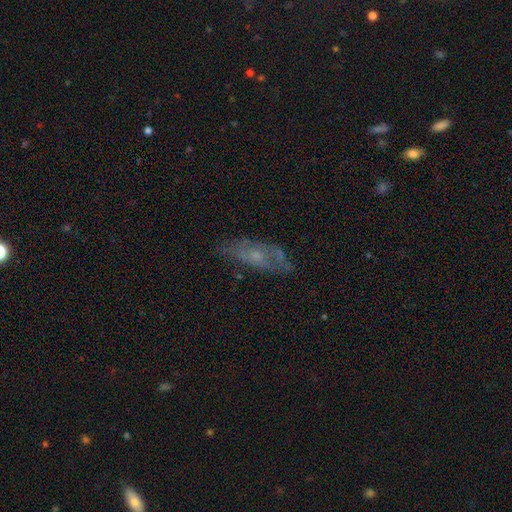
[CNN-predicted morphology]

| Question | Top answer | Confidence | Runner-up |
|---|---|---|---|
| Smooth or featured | featured or disk | 54% | smooth (35%) |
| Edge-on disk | no | 78% | yes (22%) |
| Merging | none | 63% | minor disturbance (23%) |